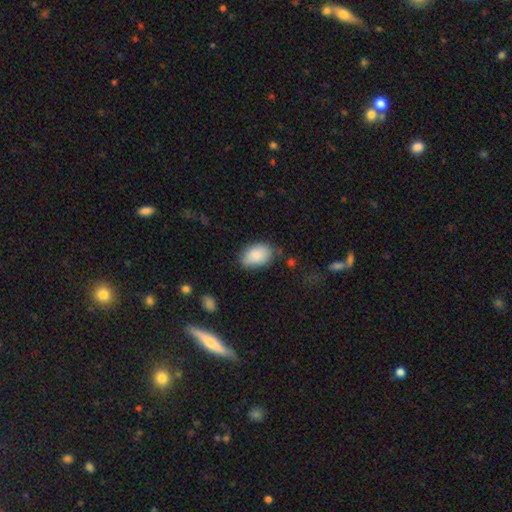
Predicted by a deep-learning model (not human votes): Smooth or featured? smooth (86%)
How rounded? in between (88%)
Merging? none (71%)